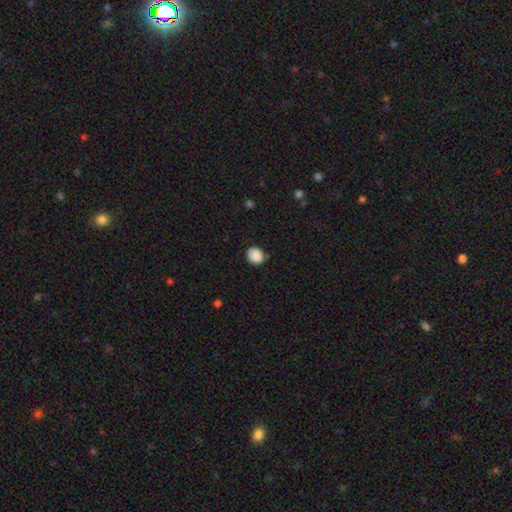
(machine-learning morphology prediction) Q: Smooth or featured?
A: smooth (88%); runner-up: star or artifact (8%)
Q: How rounded?
A: round (70%); runner-up: in between (29%)
Q: Merging?
A: none (79%); runner-up: minor disturbance (16%)